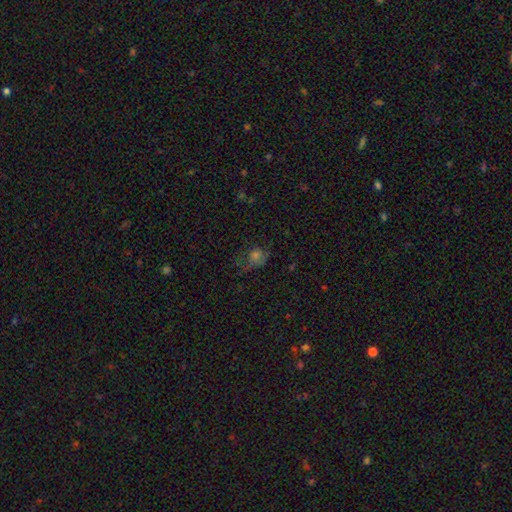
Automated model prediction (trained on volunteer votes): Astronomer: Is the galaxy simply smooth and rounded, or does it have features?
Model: smooth — 50% (runner-up: star or artifact, 26%).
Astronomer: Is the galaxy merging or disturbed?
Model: none — 42% (runner-up: major disturbance, 32%).